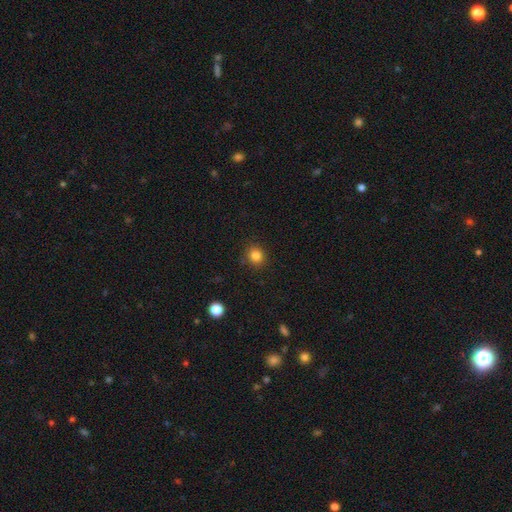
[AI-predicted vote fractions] The model was most divided on "smooth or featured": smooth: 83%, star or artifact: 12%, featured or disk: 5%. More confident: merging — none (88%); how rounded — round (86%).